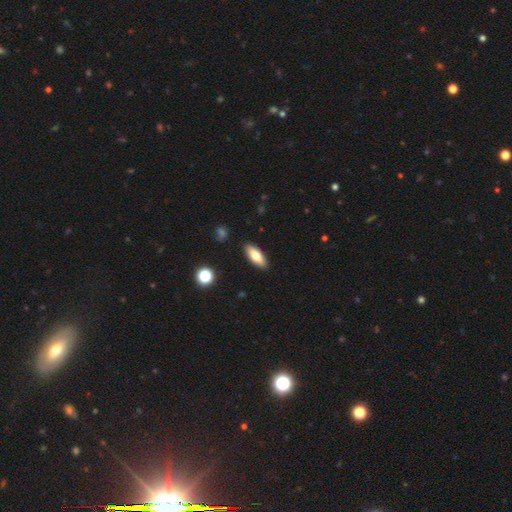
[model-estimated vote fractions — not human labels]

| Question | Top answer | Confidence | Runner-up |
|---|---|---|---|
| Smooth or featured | smooth | 76% | featured or disk (17%) |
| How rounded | in between | 71% | cigar-shaped (27%) |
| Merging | none | 89% | minor disturbance (8%) |